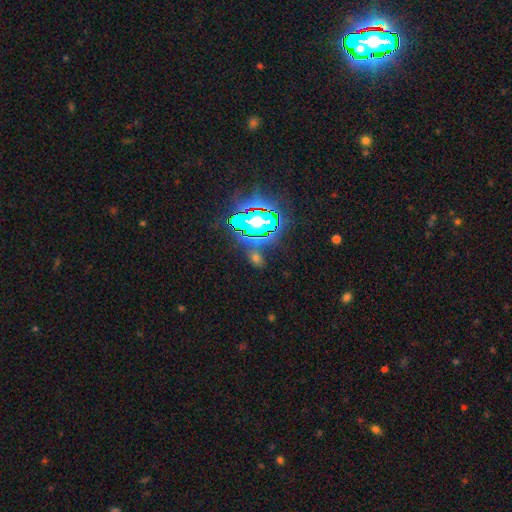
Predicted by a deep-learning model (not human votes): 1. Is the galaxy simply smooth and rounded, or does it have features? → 61% star or artifact, 24% smooth, 15% featured or disk.